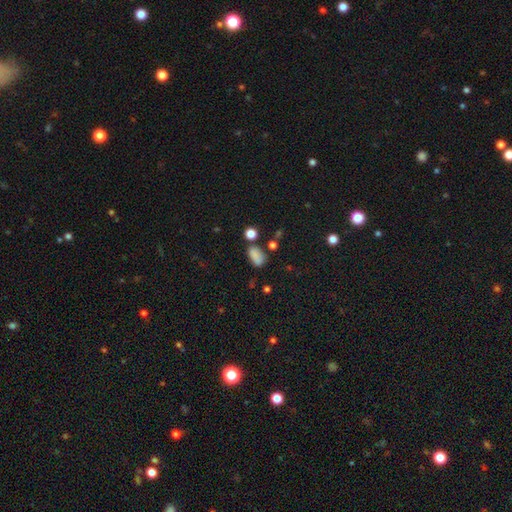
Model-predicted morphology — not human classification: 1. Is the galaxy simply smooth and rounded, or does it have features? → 79% smooth, 15% star or artifact, 7% featured or disk.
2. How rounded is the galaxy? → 85% in between, 11% round, 3% cigar-shaped.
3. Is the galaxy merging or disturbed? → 56% none, 23% minor disturbance, 12% merger, 9% major disturbance.